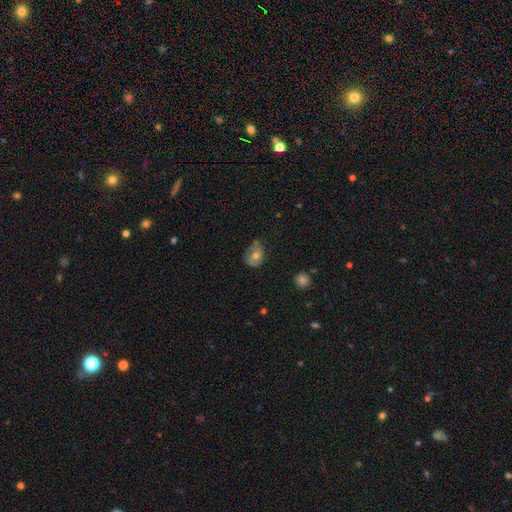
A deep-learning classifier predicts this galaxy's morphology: Smooth or featured? Predicted: smooth (p=0.64). How rounded? Predicted: round (p=0.54). Merging? Predicted: none (p=0.54).